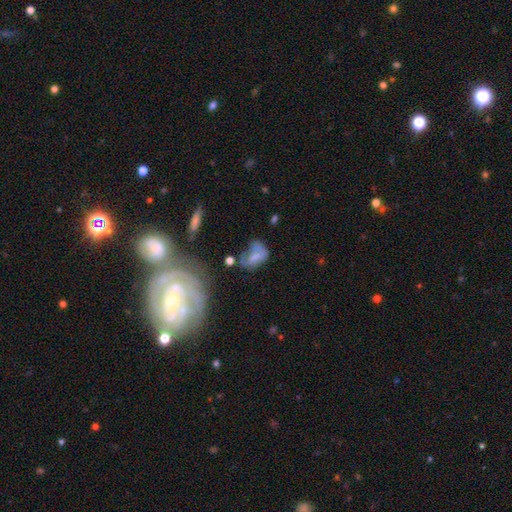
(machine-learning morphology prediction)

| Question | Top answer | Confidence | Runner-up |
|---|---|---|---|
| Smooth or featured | smooth | 56% | featured or disk (31%) |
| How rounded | in between | 82% | round (14%) |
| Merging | major disturbance | 36% | minor disturbance (26%) |